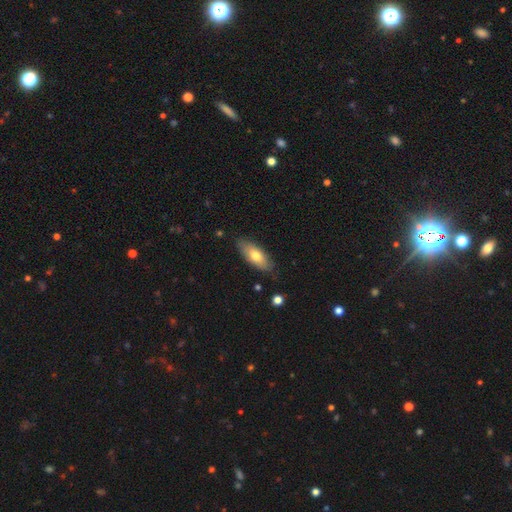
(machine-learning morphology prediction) Overall: smooth (70%). How rounded: in between (79%). Merging: none (81%).